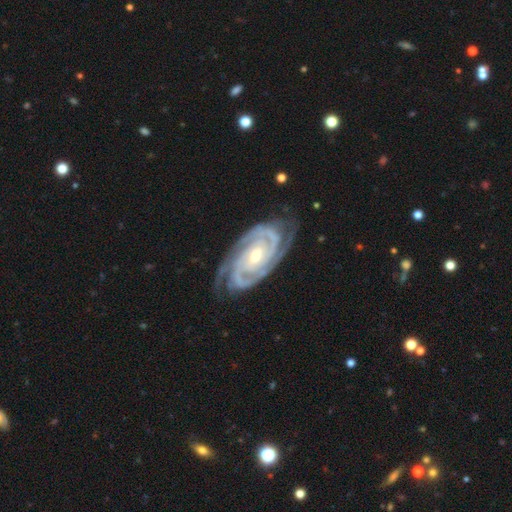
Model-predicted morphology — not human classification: This appears to be a featured or disk galaxy (93%) with no bar (51%), 2 (44%) tight (78%) spiral arms (99%) and a moderate central bulge (48%, tied with small). Merging: none (76%).